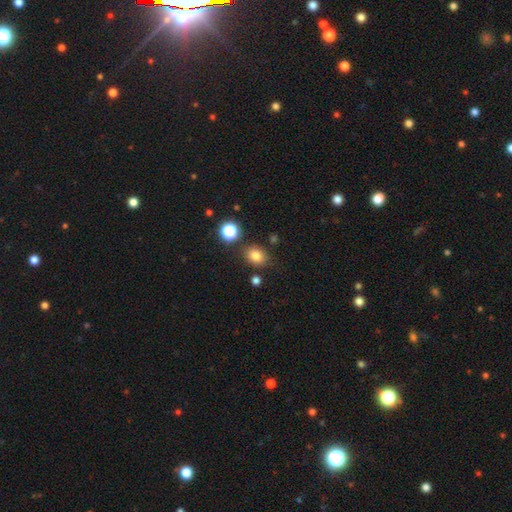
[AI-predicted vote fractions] Smooth or featured? Predicted: smooth (p=0.81). How rounded? Predicted: in between (p=0.52). Merging? Predicted: none (p=0.80).